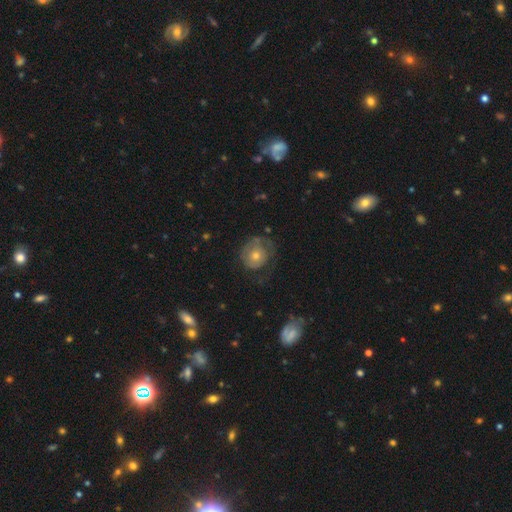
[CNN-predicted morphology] Smooth or featured: featured or disk — 51% (smooth — 39%)
Edge-on disk: no — 96% (yes — 4%)
Merging: none — 54% (minor disturbance — 23%)